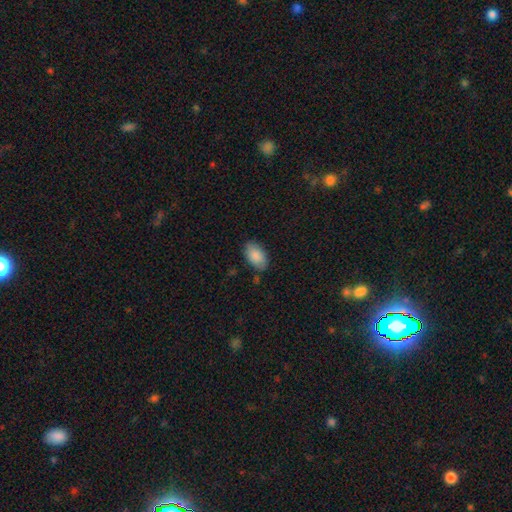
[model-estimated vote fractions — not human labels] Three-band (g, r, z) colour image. It shows a smooth galaxy with no disk features (88%) that is in between round and cigar-shaped (94%). Merging: none (81%).